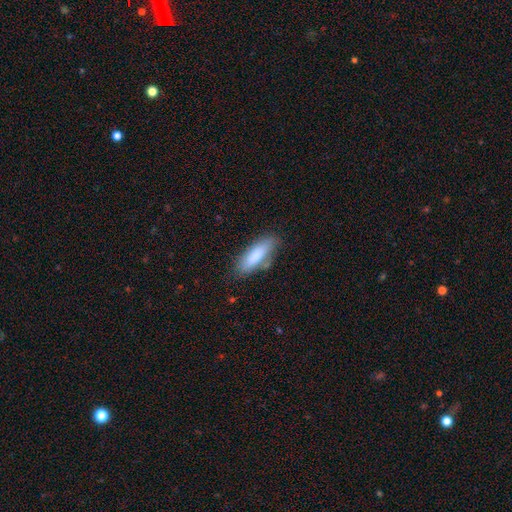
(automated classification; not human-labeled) A smooth galaxy with no disk features (82%) that is in between round and cigar-shaped (60%).

Vote fractions:
- Smooth or featured? smooth: 82% / featured or disk: 12% / star or artifact: 6%
- How rounded? in between: 60% / cigar-shaped: 38% / round: 2%
- Merging? none: 70% / minor disturbance: 20% / major disturbance: 5% / merger: 5%